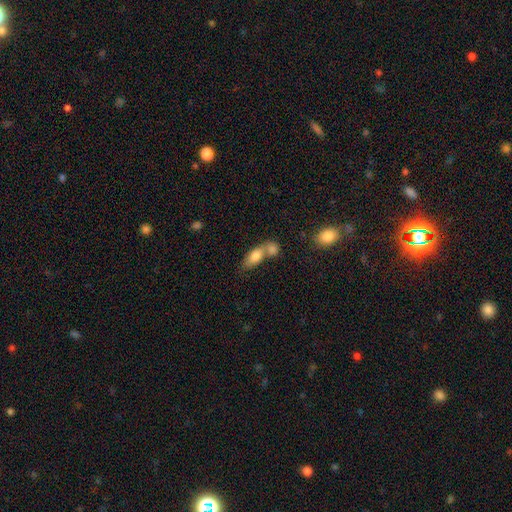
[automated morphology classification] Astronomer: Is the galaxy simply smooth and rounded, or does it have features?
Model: smooth — 77%.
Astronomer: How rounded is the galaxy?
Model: in between — 79%.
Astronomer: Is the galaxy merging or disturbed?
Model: merger — 60%.